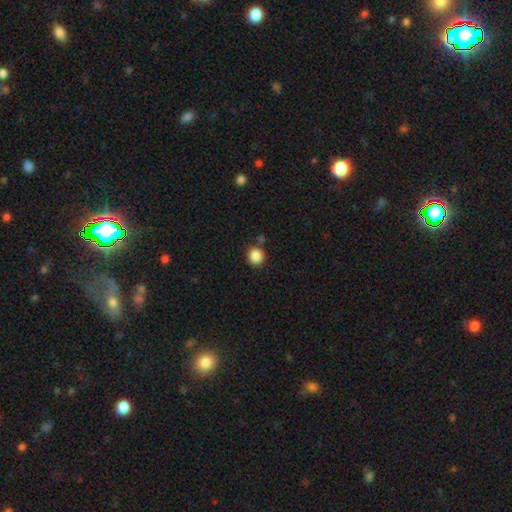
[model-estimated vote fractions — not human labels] Smooth or featured: smooth — 87% (star or artifact — 10%)
How rounded: round — 92% (in between — 7%)
Merging: none — 82% (minor disturbance — 9%)